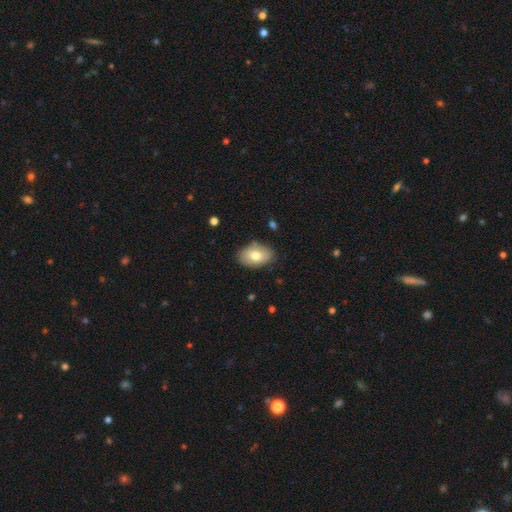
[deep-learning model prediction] A smooth galaxy with no disk features (75%) that is in between round and cigar-shaped (87%).

Vote fractions:
- Smooth or featured? smooth: 75% / featured or disk: 18% / star or artifact: 7%
- How rounded? in between: 87% / round: 12% / cigar-shaped: 1%
- Merging? none: 82% / minor disturbance: 14% / major disturbance: 3% / merger: 1%